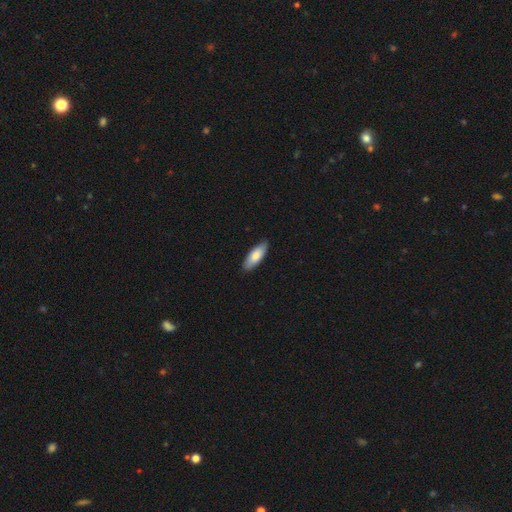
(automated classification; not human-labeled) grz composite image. It shows a smooth galaxy with no disk features (78%) that is in between round and cigar-shaped (72%). Merging: none (87%).